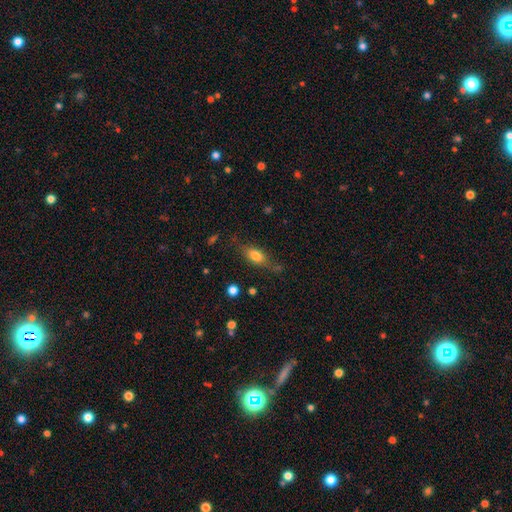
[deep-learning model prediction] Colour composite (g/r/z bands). It shows a smooth galaxy with no disk features (73%) that is in between round and cigar-shaped (78%). Merging: none (65%).